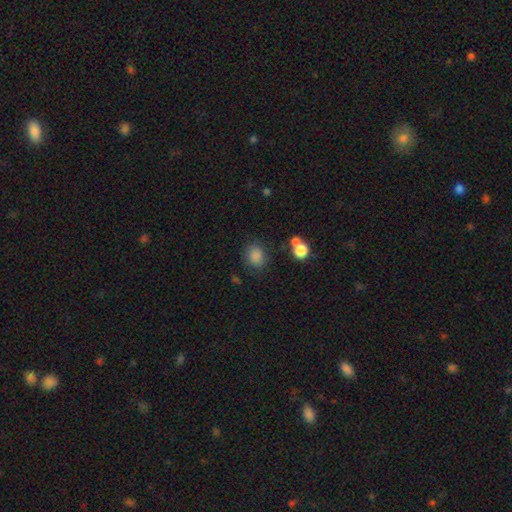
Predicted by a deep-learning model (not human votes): Smooth or featured? Predicted: smooth (p=0.84). How rounded? Predicted: round (p=0.61). Merging? Predicted: none (p=0.76).